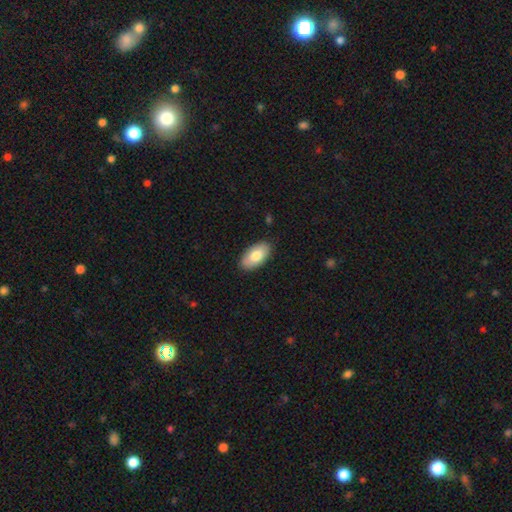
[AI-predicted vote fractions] Overall: smooth (78%). How rounded: in between (95%). Merging: none (86%).